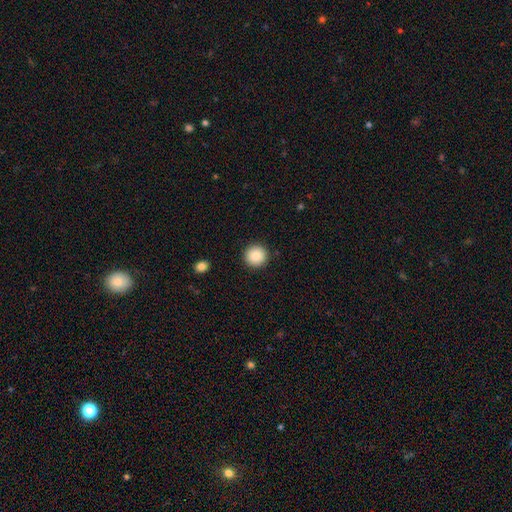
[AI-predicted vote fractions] This appears to be a smooth galaxy with no disk features (88%) that is round (95%). Merging: none (92%).